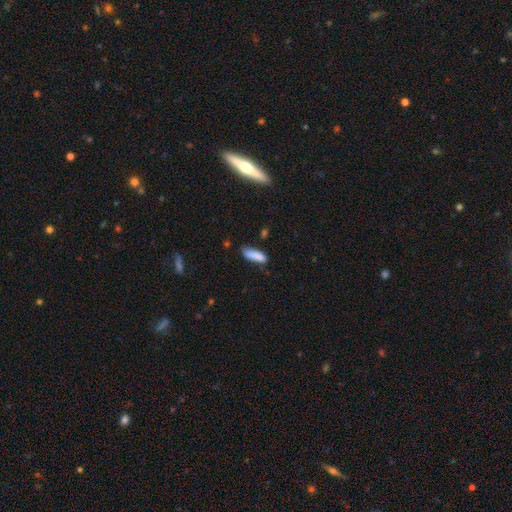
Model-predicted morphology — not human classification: A smooth galaxy with no disk features (86%) that is cigar-shaped (51%). Merging: none (60%).